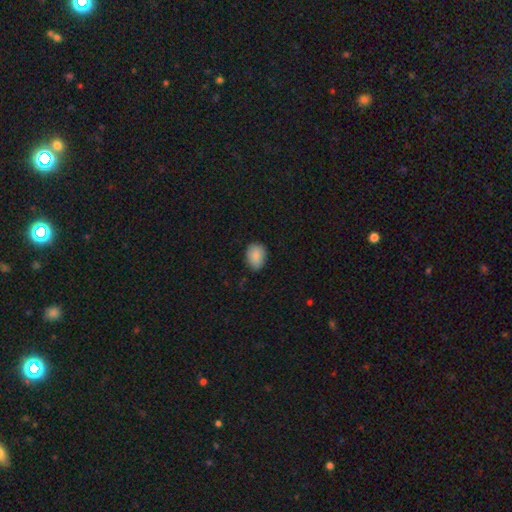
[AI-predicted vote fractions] Smooth or featured?
  - smooth: 87% *
  - star or artifact: 8%
  - featured or disk: 5%
How rounded?
  - in between: 65% *
  - round: 34%
  - cigar-shaped: 1%
Merging?
  - none: 78% *
  - minor disturbance: 18%
  - major disturbance: 3%
  - merger: 1%